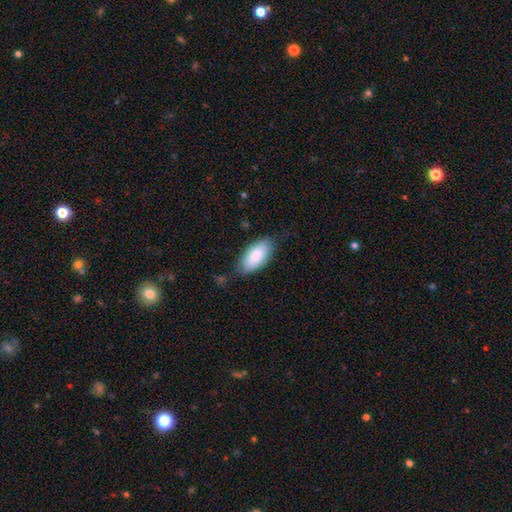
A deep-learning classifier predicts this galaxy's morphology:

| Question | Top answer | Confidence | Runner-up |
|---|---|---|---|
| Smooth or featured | smooth | 84% | featured or disk (10%) |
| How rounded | in between | 93% | cigar-shaped (5%) |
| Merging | none | 68% | minor disturbance (24%) |